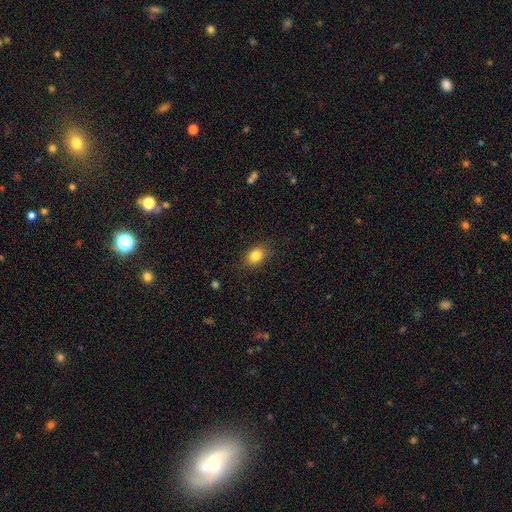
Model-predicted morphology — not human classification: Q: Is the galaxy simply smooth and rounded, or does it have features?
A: smooth — 84%.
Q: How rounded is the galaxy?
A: in between — 61%.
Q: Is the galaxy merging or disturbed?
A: none — 84%.